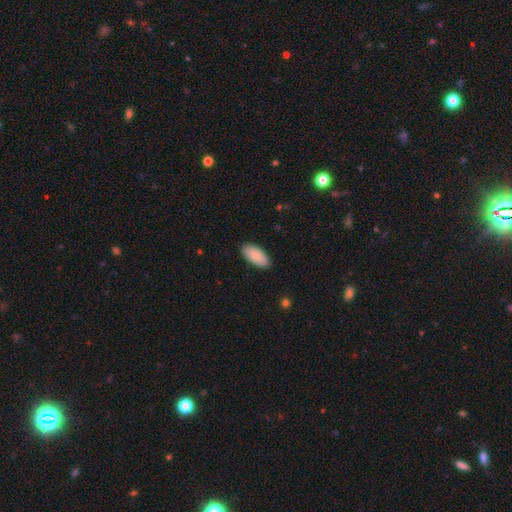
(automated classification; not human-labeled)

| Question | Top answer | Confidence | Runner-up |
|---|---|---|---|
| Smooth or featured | smooth | 87% | featured or disk (7%) |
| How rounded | in between | 94% | cigar-shaped (5%) |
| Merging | none | 88% | minor disturbance (9%) |